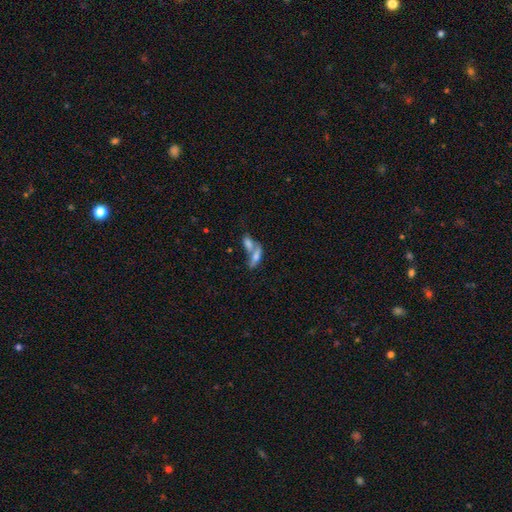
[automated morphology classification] smooth 57%, featured or disk 33%, star or artifact 10%. Down the decision tree: how rounded — in between (58%); merging — merger (60%).